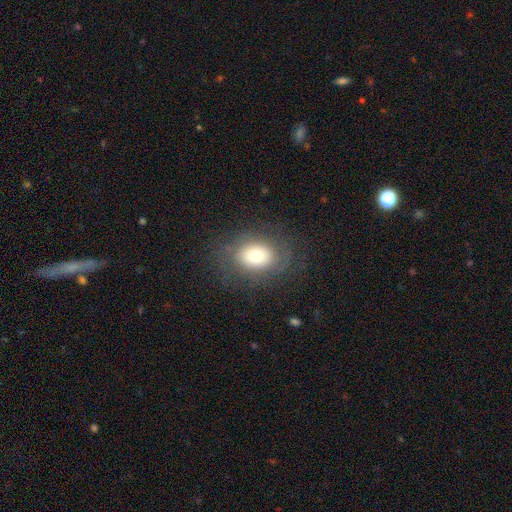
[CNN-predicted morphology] Overall: smooth (65%). How rounded: in between (61%; round 38%). Merging: none (76%).